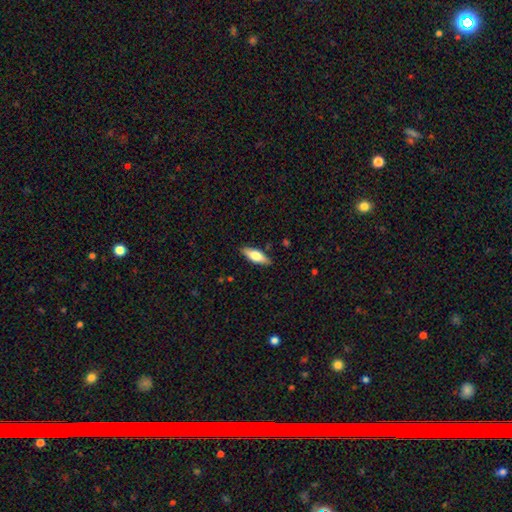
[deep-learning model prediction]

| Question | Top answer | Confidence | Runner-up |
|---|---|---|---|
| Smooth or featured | smooth | 57% | featured or disk (37%) |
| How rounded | in between | 63% | cigar-shaped (35%) |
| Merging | none | 88% | minor disturbance (9%) |